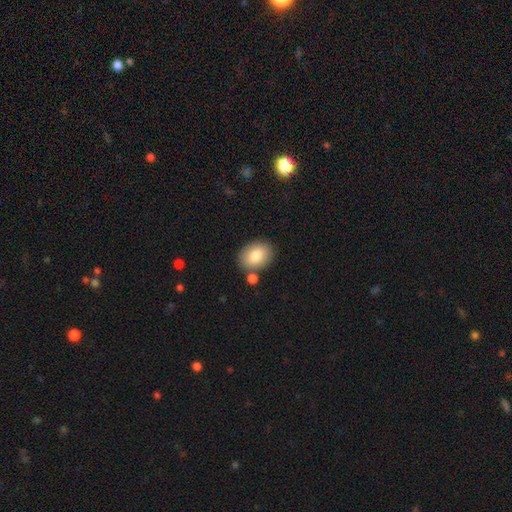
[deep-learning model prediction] smooth 82%, featured or disk 11%, star or artifact 7%. Down the decision tree: how rounded — in between (75%); merging — none (77%).